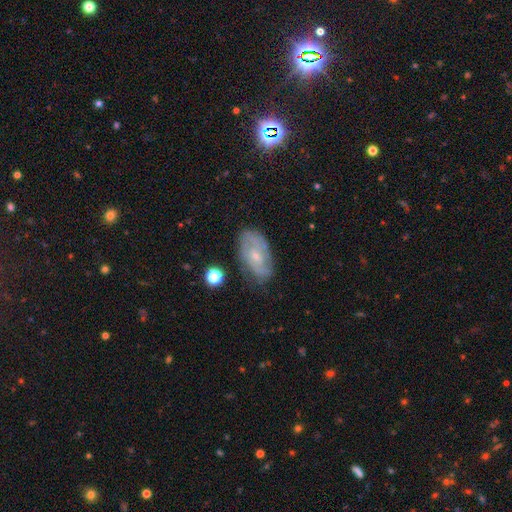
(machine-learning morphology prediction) A featured or disk galaxy (68%) with no bar (56%), 2 (46%) tight (48%) spiral arms (84%) and a small central bulge (71%).

Vote fractions:
- Smooth or featured? featured or disk: 68% / smooth: 24% / star or artifact: 8%
- Edge-on disk? no: 95% / yes: 5%
- Bar? no: 56% / weak: 36% / strong: 7%
- Spiral arms? yes: 84% / no: 16%
- Spiral winding? tight: 48% / medium: 37% / loose: 15%
- Spiral arm count? 2: 46% / can't tell: 35% / 3: 9% / 1: 4% / 4: 3% / more than 4: 3%
- Bulge size? small: 71% / moderate: 24% / none: 3% / large: 1% / dominant: 1%
- Merging? none: 72% / minor disturbance: 20% / major disturbance: 6% / merger: 2%